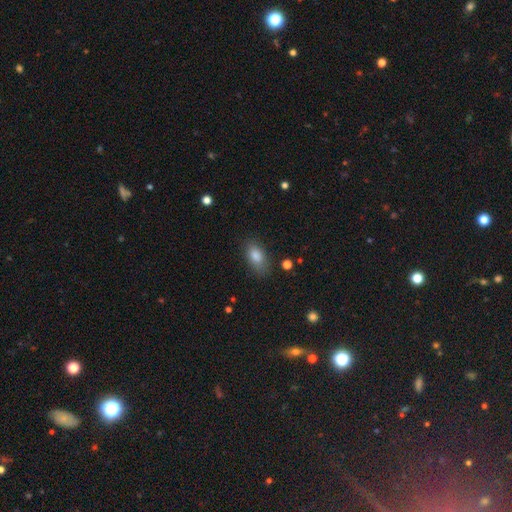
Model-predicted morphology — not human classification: This appears to be a smooth galaxy with no disk features (82%) that is in between round and cigar-shaped (88%). Merging: none (81%).